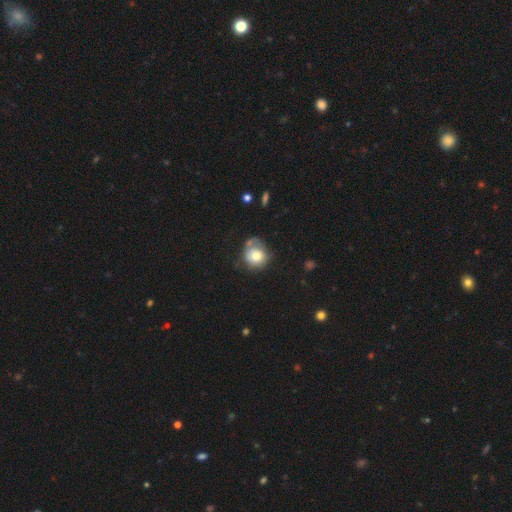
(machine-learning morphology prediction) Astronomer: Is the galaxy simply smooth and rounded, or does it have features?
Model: smooth — 71%.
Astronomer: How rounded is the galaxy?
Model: round — 80%.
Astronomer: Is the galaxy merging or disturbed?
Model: none — 48% (runner-up: minor disturbance, 29%).